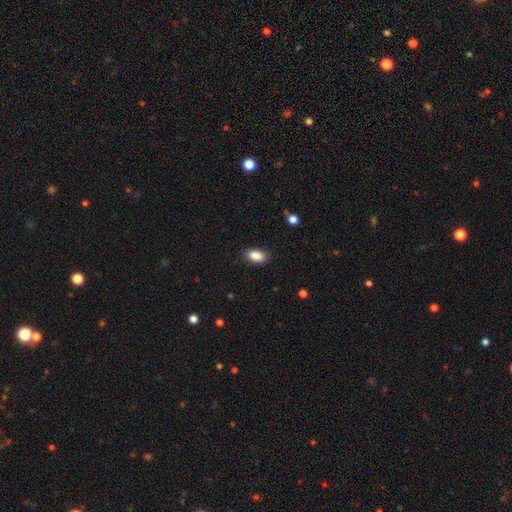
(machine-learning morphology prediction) type=smooth (89%); roundness=in between (91%); merging=none (86%).